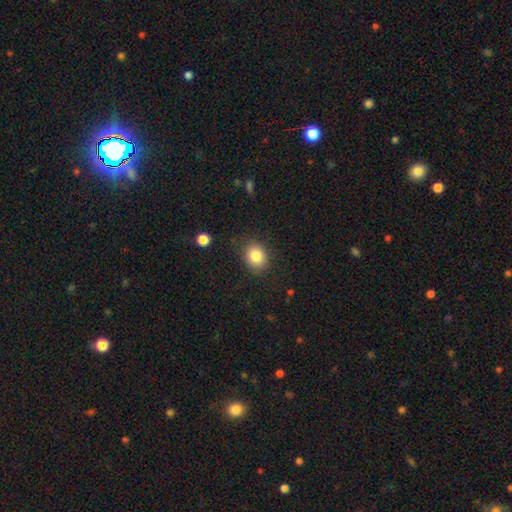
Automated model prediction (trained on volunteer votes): smooth_or_featured: smooth (p=0.83) [alt: star or artifact p=0.10]
how_rounded: round (p=0.57) [alt: in between p=0.42]
merging: none (p=0.82) [alt: minor disturbance p=0.13]